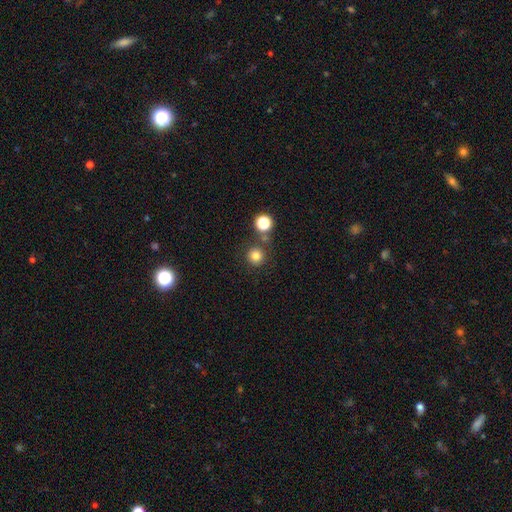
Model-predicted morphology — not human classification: Overall: smooth (79%). How rounded: round (94%). Merging: none (79%).